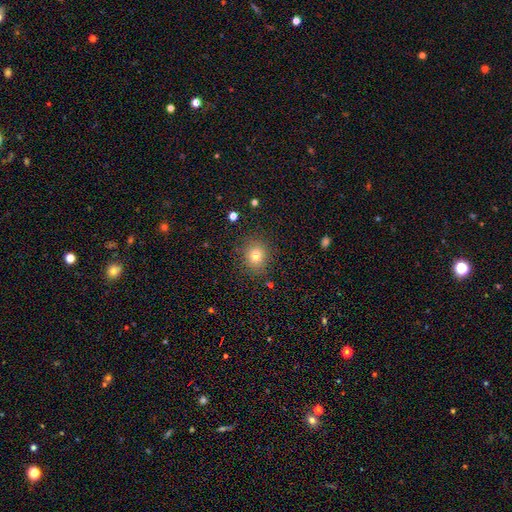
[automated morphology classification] Smooth or featured: smooth — 77% (star or artifact — 14%)
How rounded: round — 79% (in between — 20%)
Merging: none — 86% (minor disturbance — 9%)